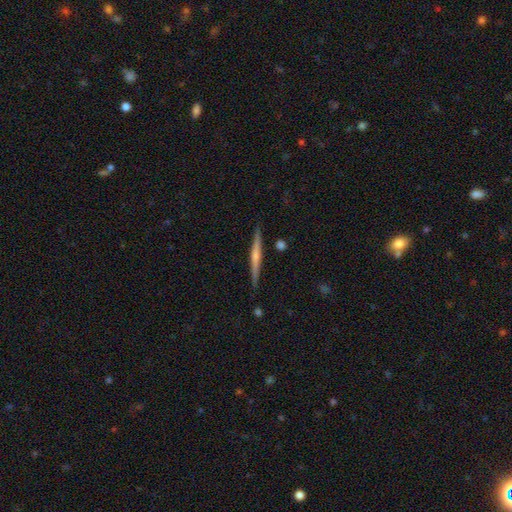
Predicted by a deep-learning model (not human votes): A featured or disk galaxy (61%) viewed edge-on (98%) with a rounded central bulge (56%). Merging: none (89%).